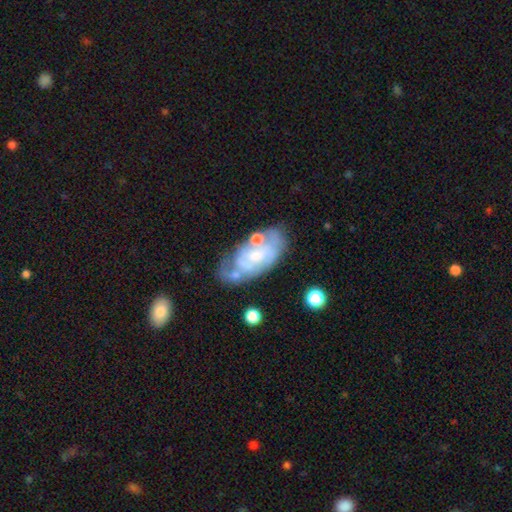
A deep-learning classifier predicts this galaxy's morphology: A featured or disk galaxy (68%) with no bar (62%), spiral arms (68%) and a small central bulge (54%).

Vote fractions:
- Smooth or featured? featured or disk: 68% / smooth: 25% / star or artifact: 7%
- Edge-on disk? no: 94% / yes: 6%
- Bar? no: 62% / weak: 31% / strong: 7%
- Spiral arms? yes: 68% / no: 32%
- Bulge size? small: 54% / moderate: 36% / none: 6% / large: 3% / dominant: 1%
- Merging? none: 46% / minor disturbance: 26% / major disturbance: 14% / merger: 13%